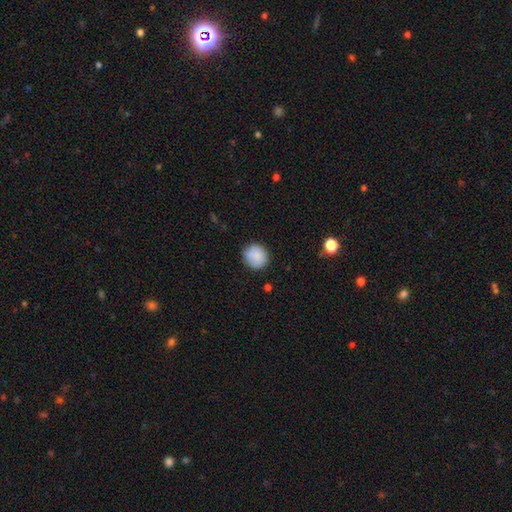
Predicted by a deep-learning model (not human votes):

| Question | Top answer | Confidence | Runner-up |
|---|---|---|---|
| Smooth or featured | smooth | 86% | star or artifact (8%) |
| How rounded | round | 89% | in between (10%) |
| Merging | none | 83% | minor disturbance (13%) |